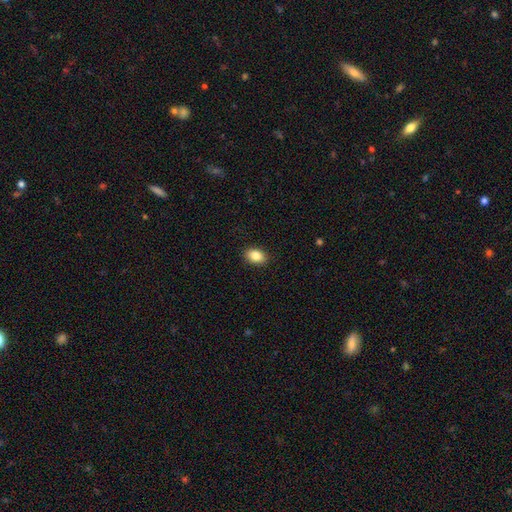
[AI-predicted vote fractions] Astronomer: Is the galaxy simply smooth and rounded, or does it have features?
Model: smooth — 85%.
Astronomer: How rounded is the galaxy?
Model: in between — 78%.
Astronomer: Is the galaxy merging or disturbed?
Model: none — 90%.